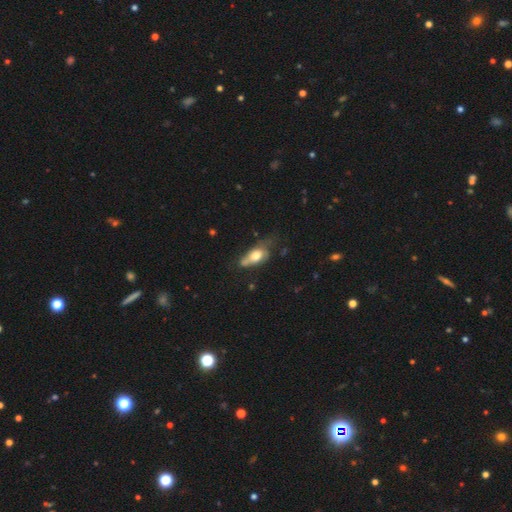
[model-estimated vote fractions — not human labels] Morphology: type=smooth (65%); roundness=in between (80%); merging=minor disturbance (34%).